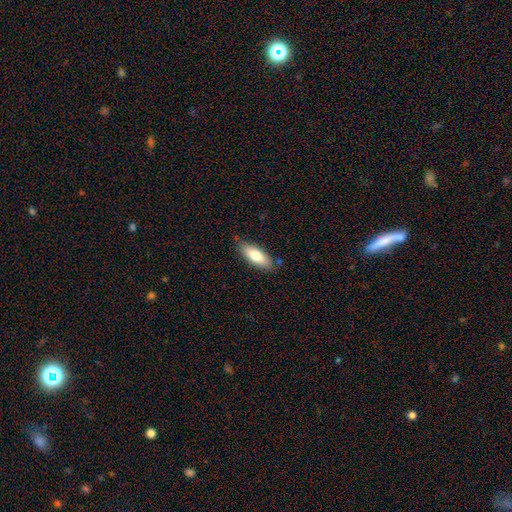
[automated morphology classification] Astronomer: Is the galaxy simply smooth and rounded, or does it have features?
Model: smooth — 76%.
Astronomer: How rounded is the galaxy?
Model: in between — 73%.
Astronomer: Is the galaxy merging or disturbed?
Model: none — 79%.